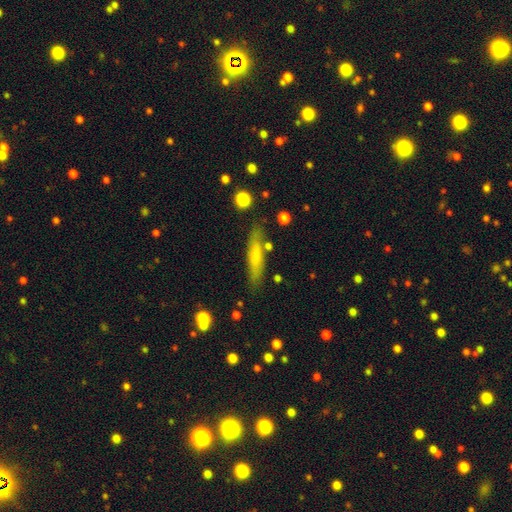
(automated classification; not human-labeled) Smooth or featured? Predicted: smooth (p=0.68). How rounded? Predicted: cigar-shaped (p=0.80). Merging? Predicted: none (p=0.80).